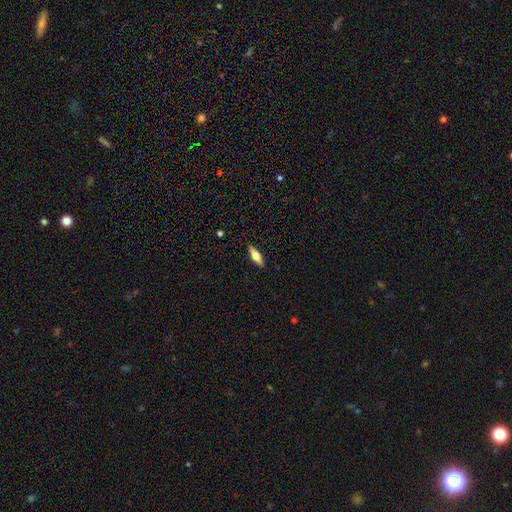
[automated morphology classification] Smooth or featured?
  - smooth: 53% *
  - featured or disk: 41%
  - star or artifact: 6%
How rounded?
  - in between: 51% *
  - cigar-shaped: 46%
  - round: 3%
Merging?
  - none: 89% *
  - minor disturbance: 8%
  - major disturbance: 2%
  - merger: 1%